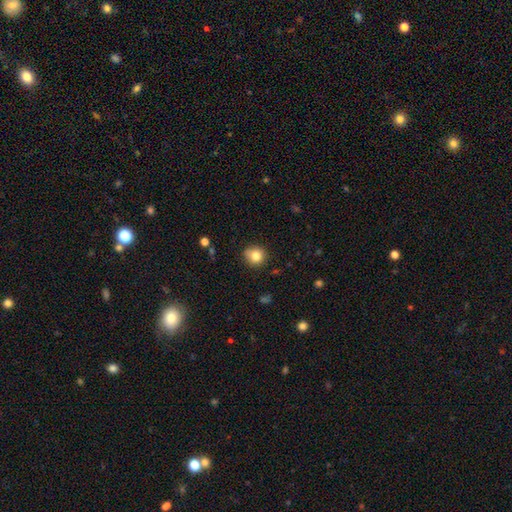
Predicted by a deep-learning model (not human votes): smooth_or_featured: smooth (p=0.83) [alt: star or artifact p=0.10]
how_rounded: round (p=0.89) [alt: in between p=0.10]
merging: none (p=0.85) [alt: minor disturbance p=0.11]